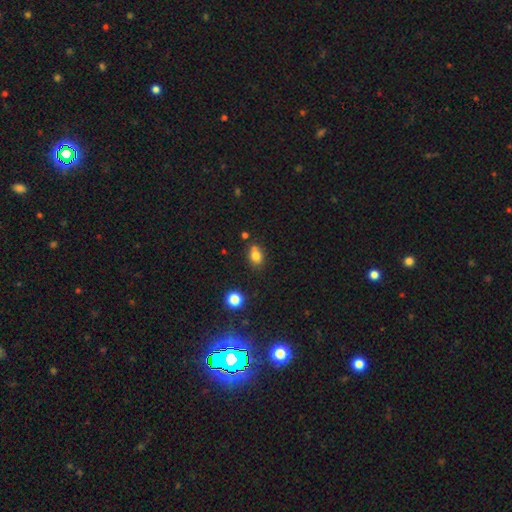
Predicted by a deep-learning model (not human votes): smooth-or-featured: smooth: 78% | star or artifact: 13% | featured or disk: 10%
  how-rounded: in between: 51% | round: 48% | cigar-shaped: 1%
  merging: none: 60% | merger: 21% | minor disturbance: 16% | major disturbance: 4%